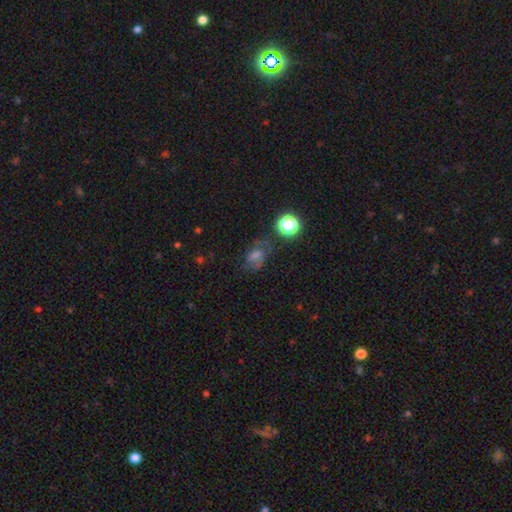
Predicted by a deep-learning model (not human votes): Smooth or featured?
  - featured or disk: 37% *
  - smooth: 34%
  - star or artifact: 29%
Merging?
  - none: 57% *
  - minor disturbance: 21%
  - major disturbance: 16%
  - merger: 6%